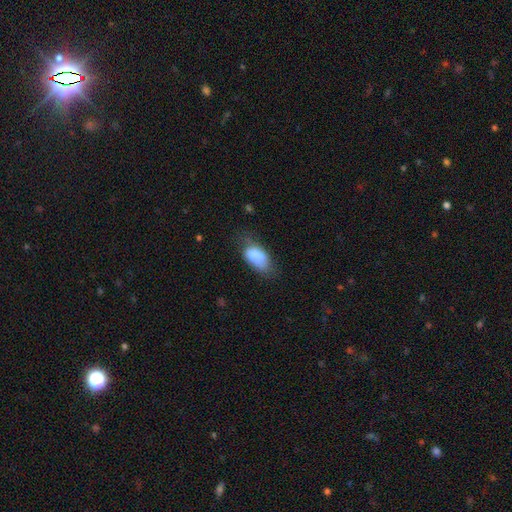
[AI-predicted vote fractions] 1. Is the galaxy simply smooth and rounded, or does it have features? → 80% smooth, 12% featured or disk, 8% star or artifact.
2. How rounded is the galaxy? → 91% in between, 5% round, 3% cigar-shaped.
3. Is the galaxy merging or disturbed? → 42% none, 36% minor disturbance, 18% major disturbance, 5% merger.